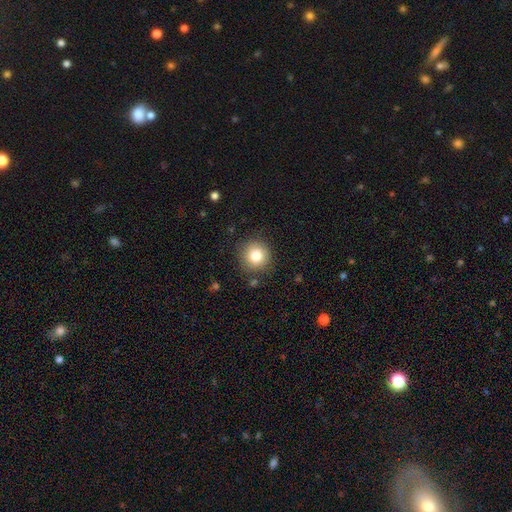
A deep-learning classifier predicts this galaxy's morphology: Smooth or featured? smooth (81%)
How rounded? round (92%)
Merging? none (87%)